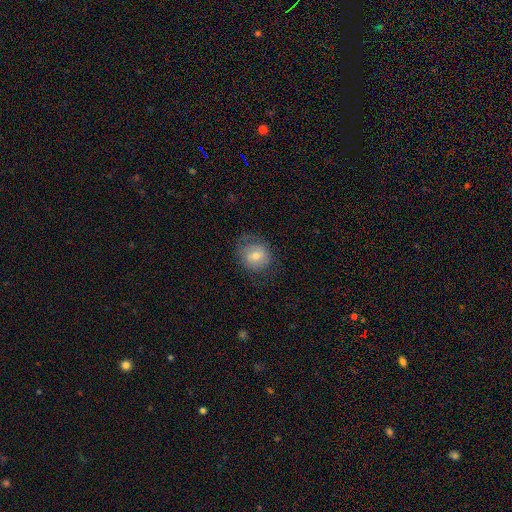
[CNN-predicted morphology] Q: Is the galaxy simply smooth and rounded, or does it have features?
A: smooth — 63%.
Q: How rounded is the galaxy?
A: round — 76%.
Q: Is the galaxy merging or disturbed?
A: none — 67%.